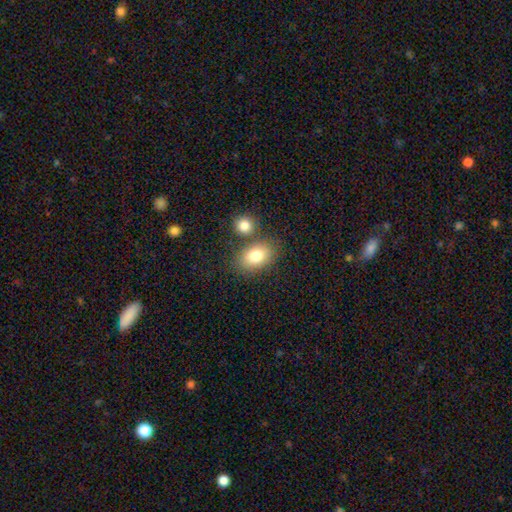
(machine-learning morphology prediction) This is clearly a smooth galaxy (81%). How rounded: clearly in between (82%). Merging: likely none (66%).